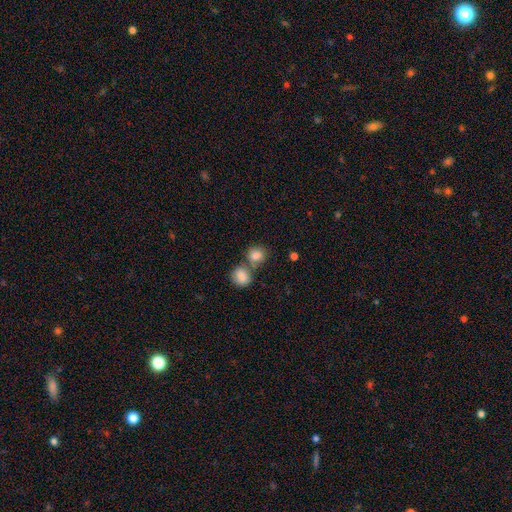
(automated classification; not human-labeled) Smooth or featured: smooth — 84% (star or artifact — 9%)
How rounded: round — 72% (in between — 27%)
Merging: none — 48% (merger — 39%)